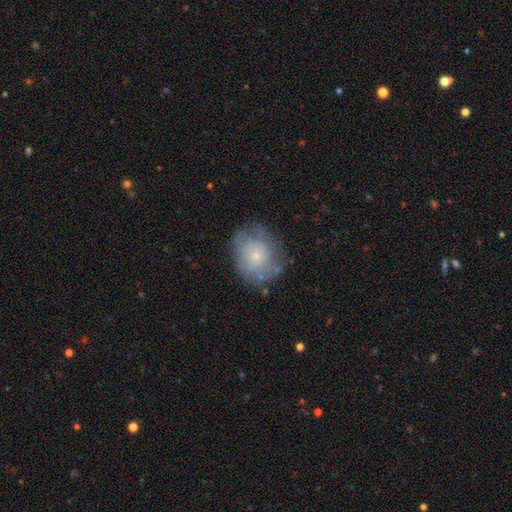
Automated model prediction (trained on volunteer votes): smooth-or-featured: smooth: 52% | featured or disk: 38% | star or artifact: 9%
  how-rounded: round: 63% | in between: 36% | cigar-shaped: 1%
  merging: none: 61% | minor disturbance: 25% | major disturbance: 12% | merger: 2%